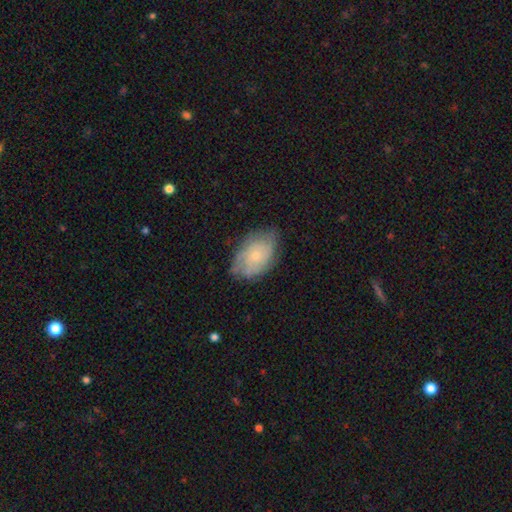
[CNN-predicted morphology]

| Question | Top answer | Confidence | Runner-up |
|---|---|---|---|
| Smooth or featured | featured or disk | 50% | smooth (43%) |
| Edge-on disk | no | 95% | yes (5%) |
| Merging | none | 66% | minor disturbance (26%) |